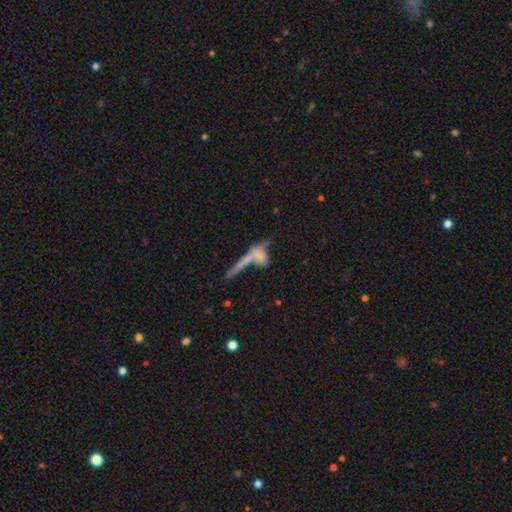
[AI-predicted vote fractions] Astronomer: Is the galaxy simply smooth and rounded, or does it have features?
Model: smooth — 53% (runner-up: featured or disk, 36%).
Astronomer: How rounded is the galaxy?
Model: cigar-shaped — 56%.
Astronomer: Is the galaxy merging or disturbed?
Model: merger — 44% (runner-up: none, 35%).